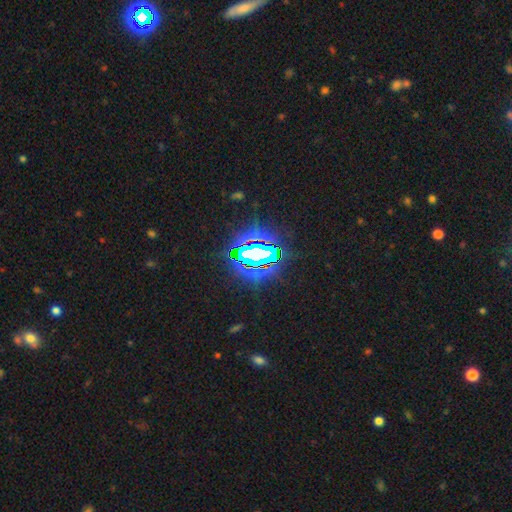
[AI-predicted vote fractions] smooth-or-featured: star or artifact: 81% | smooth: 12% | featured or disk: 7%